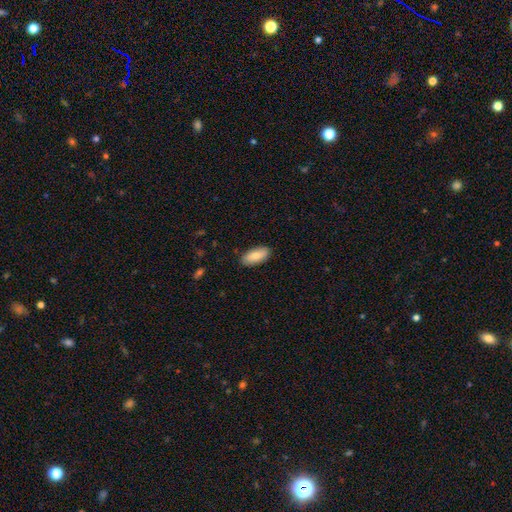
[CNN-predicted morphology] Smooth or featured? smooth (81%)
How rounded? in between (87%)
Merging? none (88%)